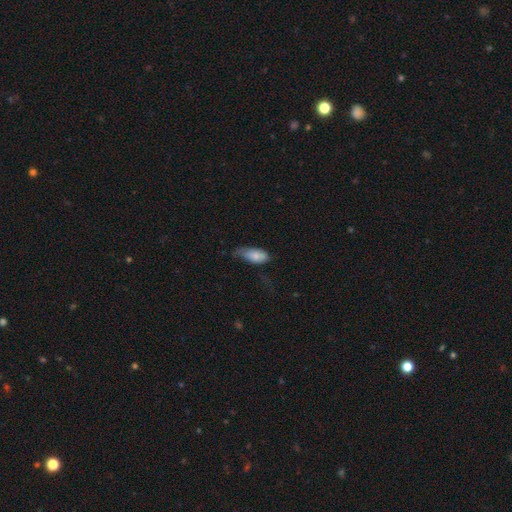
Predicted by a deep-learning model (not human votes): Morphology: type=smooth (79%); roundness=in between (89%); merging=minor disturbance (43%).